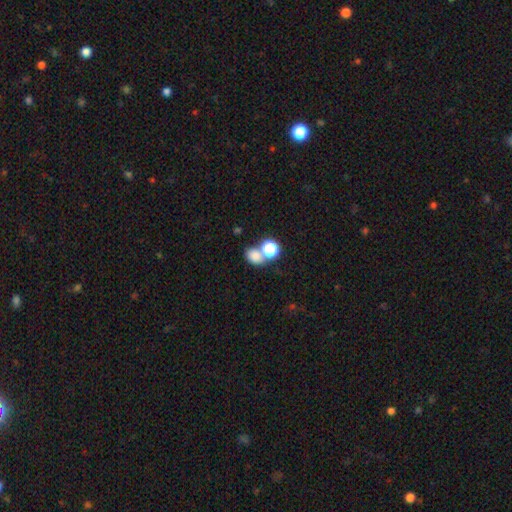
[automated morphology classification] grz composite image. It shows a smooth galaxy with no disk features (76%) that is in between round and cigar-shaped (53%). Merging: none (46%).